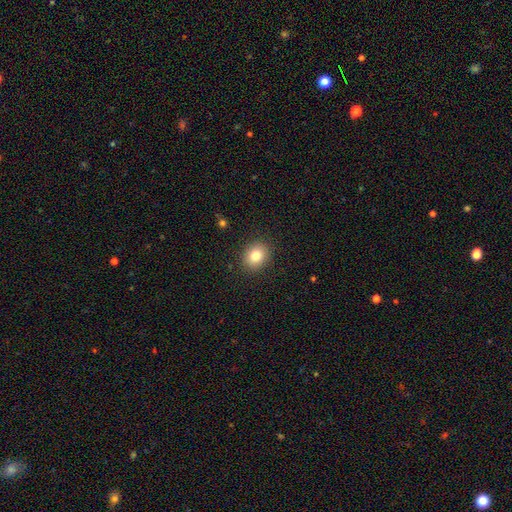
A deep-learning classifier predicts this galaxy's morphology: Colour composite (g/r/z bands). It shows a smooth galaxy with no disk features (82%) that is round (59%). Merging: none (89%).